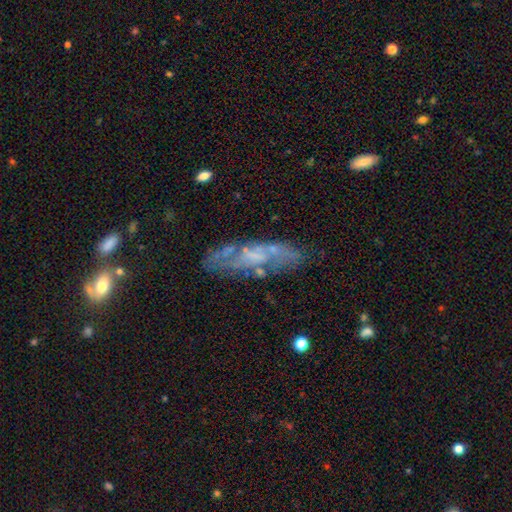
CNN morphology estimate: Q: Smooth or featured?
A: featured or disk (60%); runner-up: smooth (30%)
Q: Edge-on disk?
A: no (71%); runner-up: yes (29%)
Q: Merging?
A: none (66%); runner-up: minor disturbance (20%)